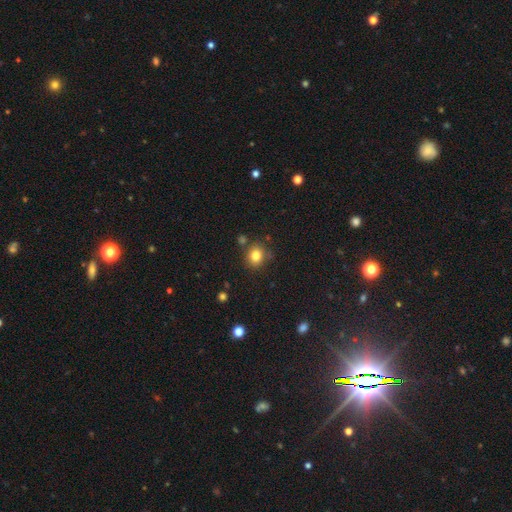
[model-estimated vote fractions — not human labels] Smooth or featured: smooth — 81% (star or artifact — 12%)
How rounded: round — 73% (in between — 26%)
Merging: none — 79% (minor disturbance — 12%)